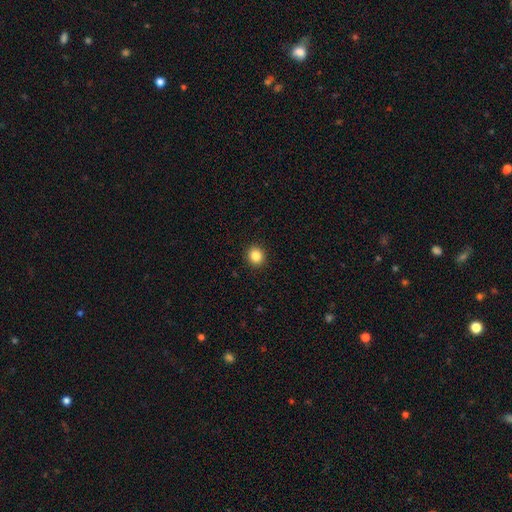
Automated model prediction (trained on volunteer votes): Smooth or featured? Predicted: smooth (p=0.85). How rounded? Predicted: round (p=0.88). Merging? Predicted: none (p=0.92).